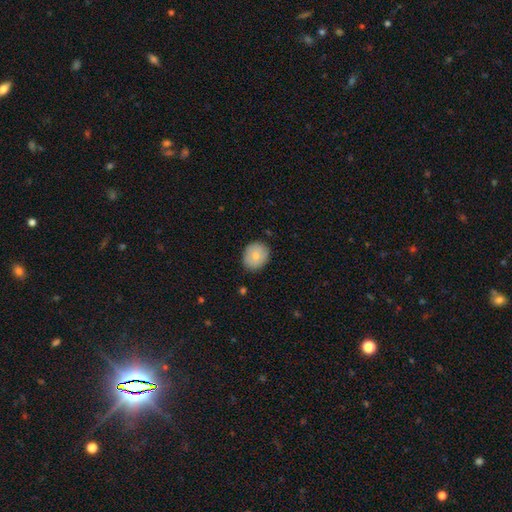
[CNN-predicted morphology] type=smooth (77%); roundness=round (66%); merging=none (84%).